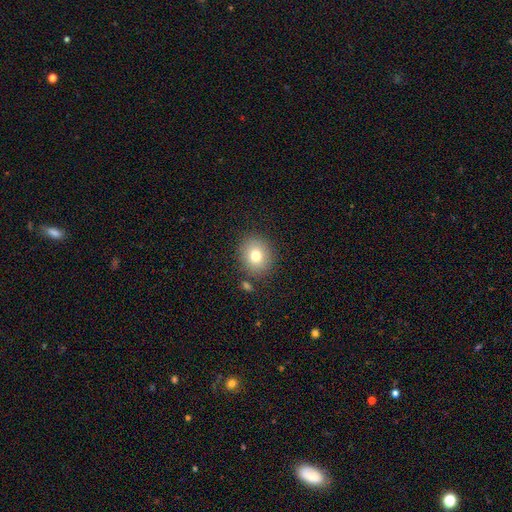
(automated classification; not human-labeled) A smooth galaxy with no disk features (76%) that is round (79%).

Vote fractions:
- Smooth or featured? smooth: 76% / featured or disk: 12% / star or artifact: 12%
- How rounded? round: 79% / in between: 20% / cigar-shaped: 1%
- Merging? none: 84% / minor disturbance: 9% / merger: 4% / major disturbance: 3%